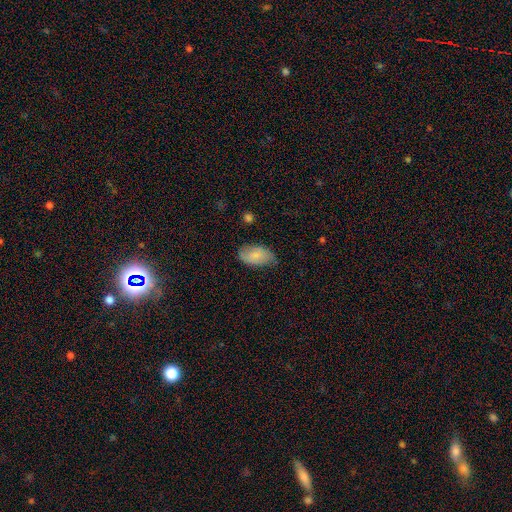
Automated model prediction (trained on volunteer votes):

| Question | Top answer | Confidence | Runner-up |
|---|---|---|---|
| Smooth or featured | smooth | 79% | featured or disk (15%) |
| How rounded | in between | 94% | round (4%) |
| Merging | none | 67% | minor disturbance (27%) |